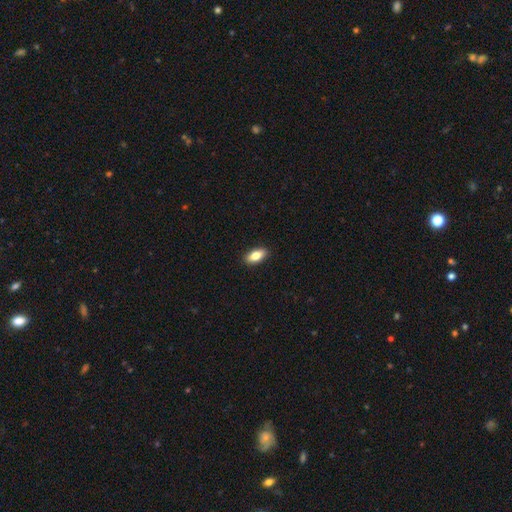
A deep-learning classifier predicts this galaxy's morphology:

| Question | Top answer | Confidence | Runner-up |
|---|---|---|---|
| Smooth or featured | smooth | 80% | featured or disk (13%) |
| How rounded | in between | 88% | cigar-shaped (8%) |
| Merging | none | 90% | minor disturbance (7%) |